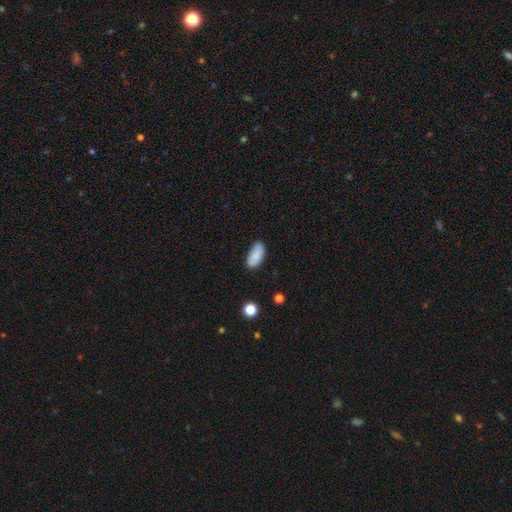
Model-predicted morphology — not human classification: Smooth or featured? smooth (86%)
How rounded? in between (91%)
Merging? none (79%)